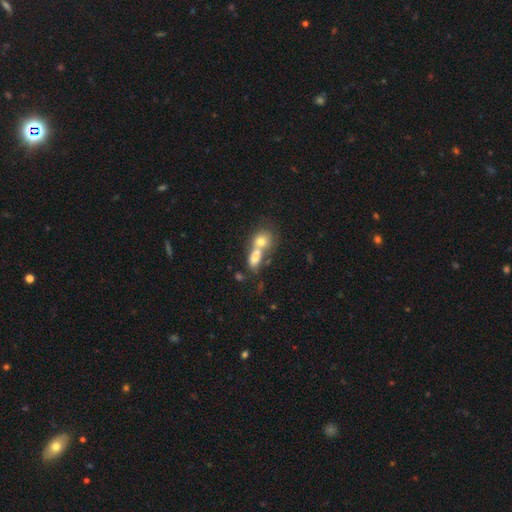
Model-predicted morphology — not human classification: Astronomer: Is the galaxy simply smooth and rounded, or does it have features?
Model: smooth — 72%.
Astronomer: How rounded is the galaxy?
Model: in between — 65%.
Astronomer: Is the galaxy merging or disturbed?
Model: merger — 64%.